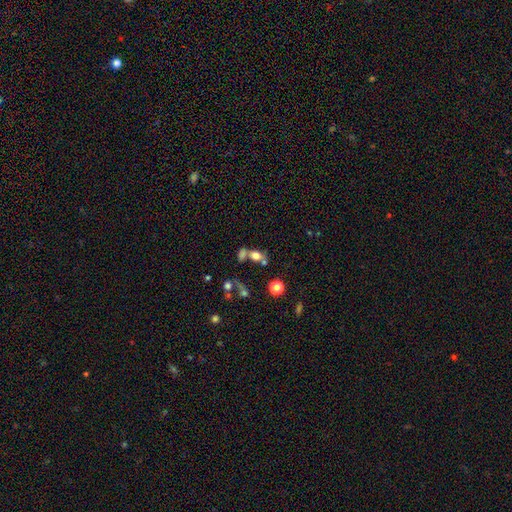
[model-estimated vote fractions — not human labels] Overall: smooth (65%). How rounded: in between (62%; round 32%). Merging: merger (41%; none 36%).